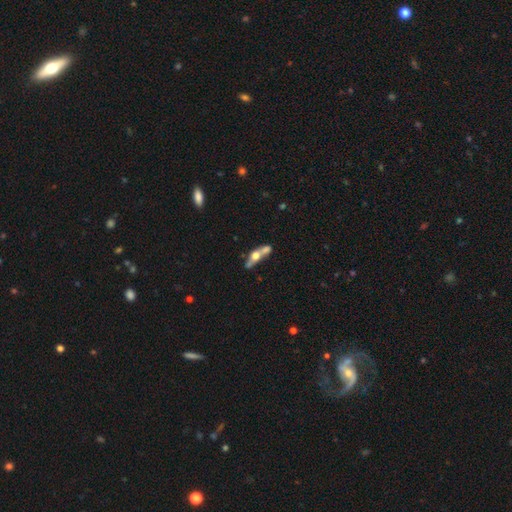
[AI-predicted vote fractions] Smooth or featured: featured or disk — 55% (smooth — 38%)
Edge-on disk: yes — 69% (no — 31%)
Merging: merger — 41% (none — 39%)